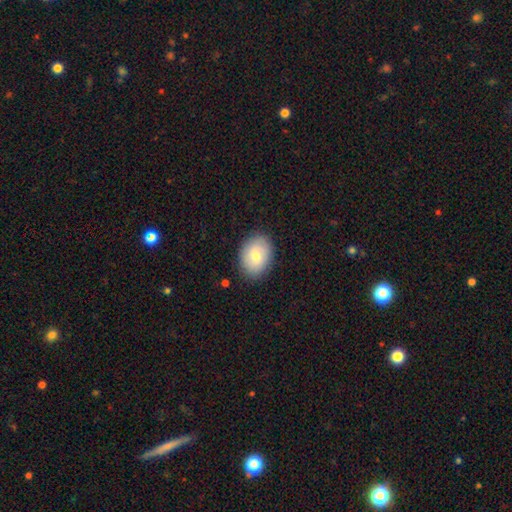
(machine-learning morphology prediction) type=smooth (73%); roundness=in between (74%); merging=none (87%).